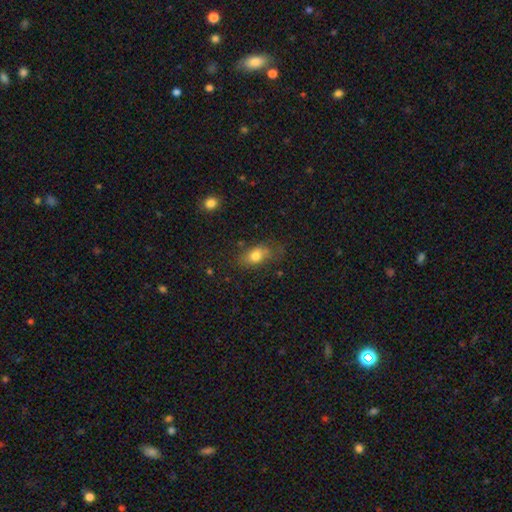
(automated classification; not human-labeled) Smooth or featured?
  - smooth: 77% *
  - featured or disk: 14%
  - star or artifact: 9%
How rounded?
  - in between: 81% *
  - round: 14%
  - cigar-shaped: 4%
Merging?
  - none: 60% *
  - minor disturbance: 26%
  - major disturbance: 11%
  - merger: 3%